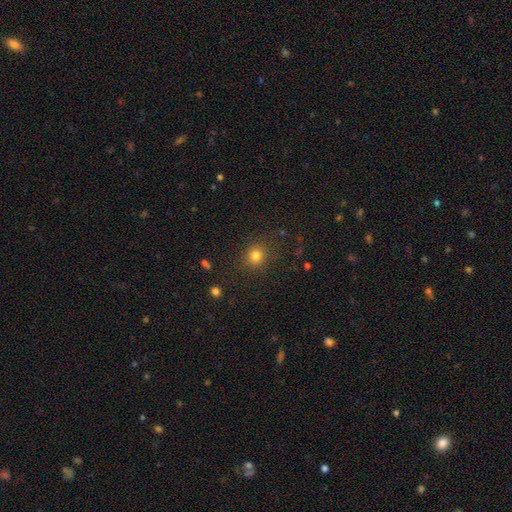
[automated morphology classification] type=smooth (81%); roundness=round (85%); merging=none (86%).